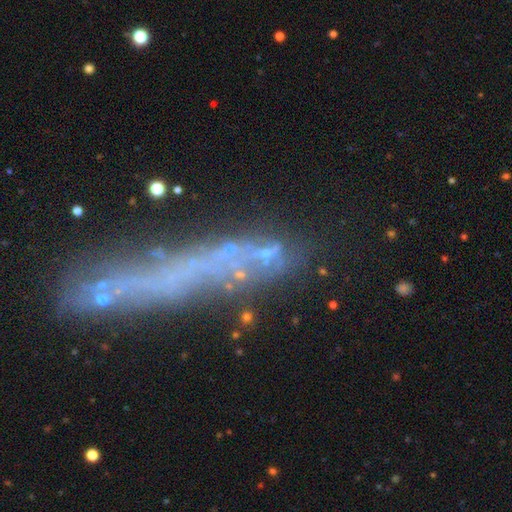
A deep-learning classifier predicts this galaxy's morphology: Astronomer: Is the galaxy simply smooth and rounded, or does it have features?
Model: featured or disk — 40% (runner-up: smooth, 35%).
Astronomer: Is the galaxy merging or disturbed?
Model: none — 65%.